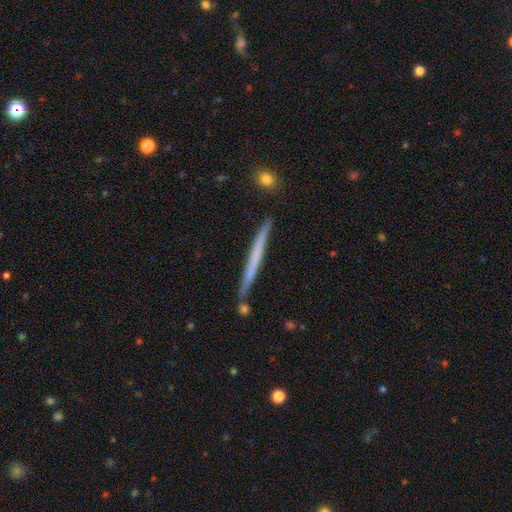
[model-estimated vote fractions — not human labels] This appears to be a featured or disk galaxy (50%). Merging: none (86%).